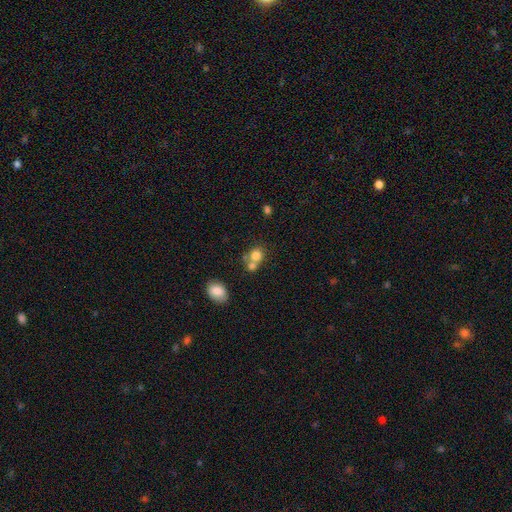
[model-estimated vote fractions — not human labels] Overall: smooth (77%). How rounded: round (75%). Merging: merger (47%; none 40%).